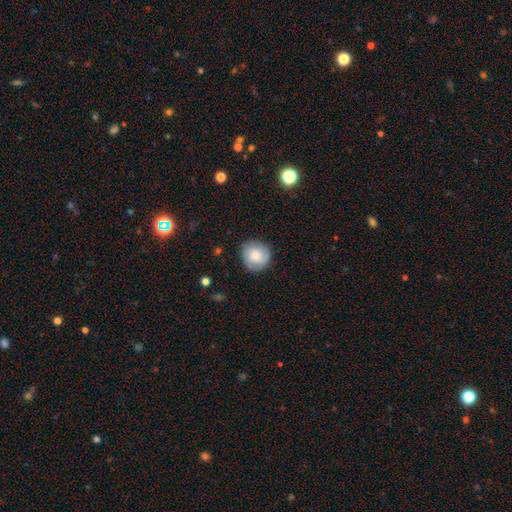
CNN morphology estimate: Smooth or featured?
  - smooth: 65% *
  - featured or disk: 28%
  - star or artifact: 7%
How rounded?
  - round: 90% *
  - in between: 9%
  - cigar-shaped: 1%
Merging?
  - none: 82% *
  - minor disturbance: 14%
  - major disturbance: 3%
  - merger: 1%